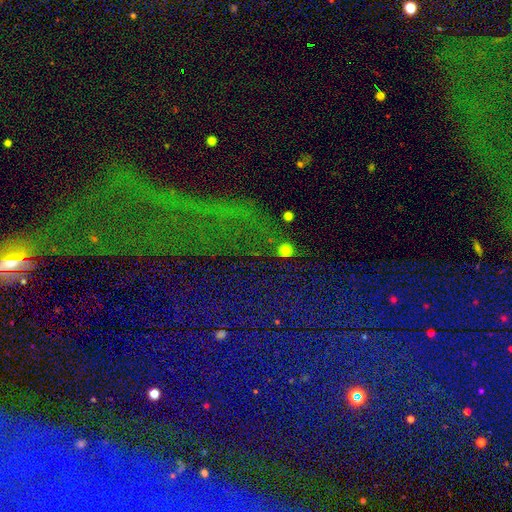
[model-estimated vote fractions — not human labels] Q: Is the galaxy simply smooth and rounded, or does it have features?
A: star or artifact — 77%.